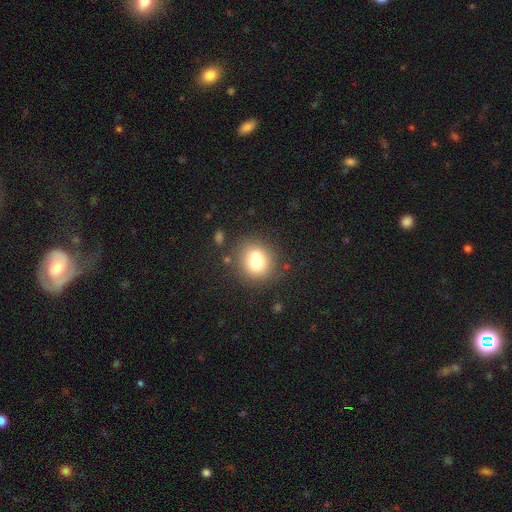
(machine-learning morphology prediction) Smooth or featured? smooth (68%)
How rounded? round (83%)
Merging? none (49%)